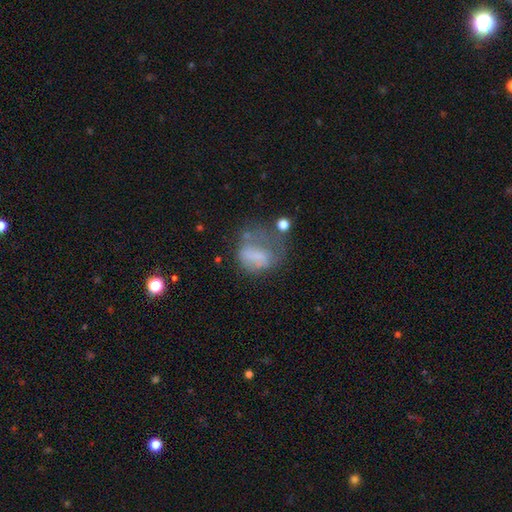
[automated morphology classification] This is possibly a smooth galaxy (54%). How rounded: possibly in between (56%). Merging: marginally major disturbance (42%).